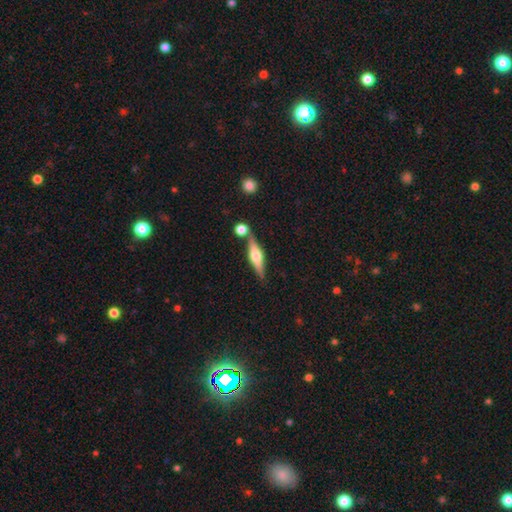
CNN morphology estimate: type=featured or disk (69%); edge-on=yes (96%); edge-on bulge=rounded (89%); merging=none (73%).